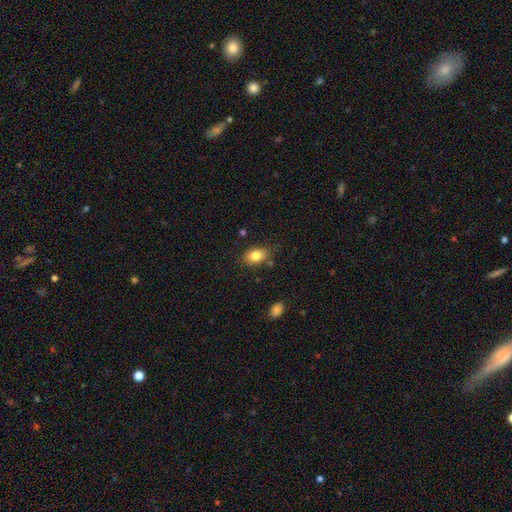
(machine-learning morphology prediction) A smooth galaxy with no disk features (82%) that is in between round and cigar-shaped (84%).

Vote fractions:
- Smooth or featured? smooth: 82% / featured or disk: 9% / star or artifact: 8%
- How rounded? in between: 84% / round: 15% / cigar-shaped: 2%
- Merging? none: 77% / minor disturbance: 16% / merger: 4% / major disturbance: 3%